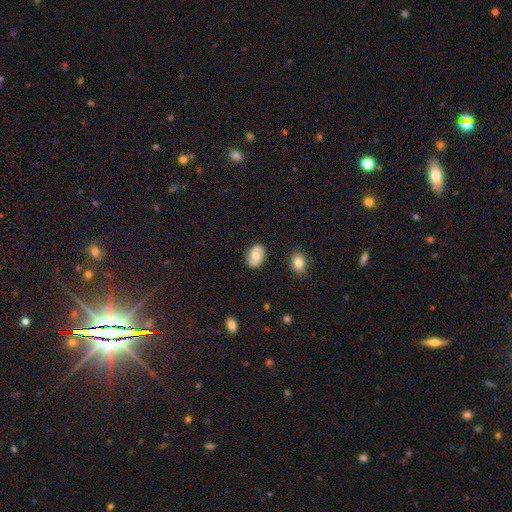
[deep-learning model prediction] Overall: smooth (52%; featured or disk 40%). How rounded: in between (80%). Merging: none (79%).